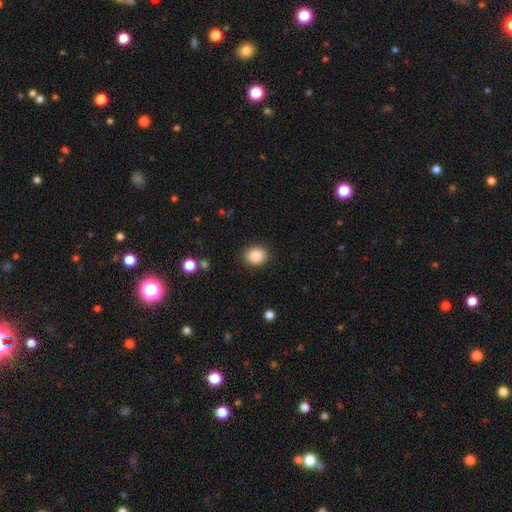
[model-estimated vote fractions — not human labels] Q: Smooth or featured?
A: smooth (87%); runner-up: star or artifact (9%)
Q: How rounded?
A: round (56%); runner-up: in between (43%)
Q: Merging?
A: none (88%); runner-up: minor disturbance (9%)